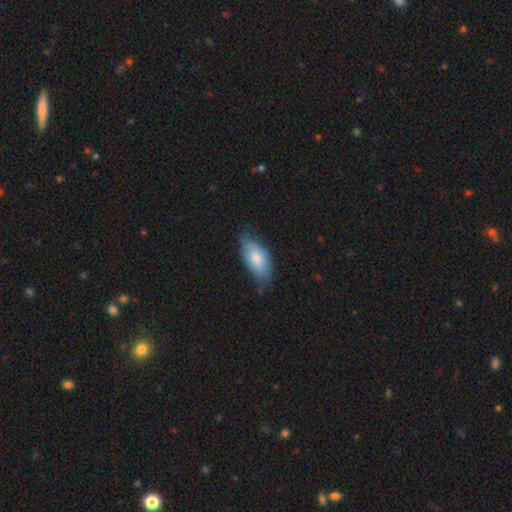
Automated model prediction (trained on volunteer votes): The model was most divided on "merging": none: 66%, minor disturbance: 28%, major disturbance: 4%, merger: 1%. More confident: how rounded — in between (86%); smooth or featured — smooth (69%).